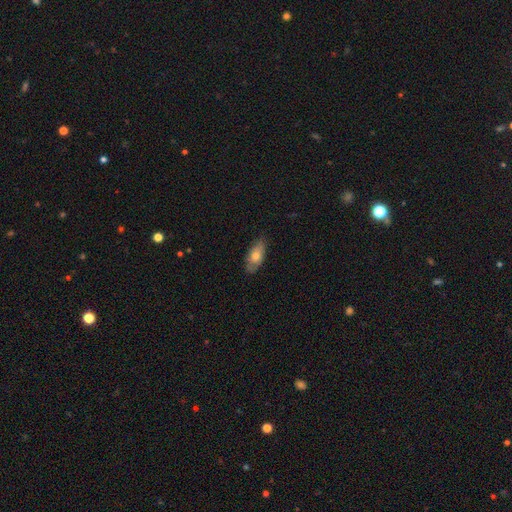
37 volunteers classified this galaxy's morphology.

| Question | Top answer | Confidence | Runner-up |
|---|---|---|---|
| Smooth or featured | smooth | 81% | featured or disk (14%) |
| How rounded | in between | 67% | cigar-shaped (27%) |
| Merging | none | 74% | minor disturbance (14%) |